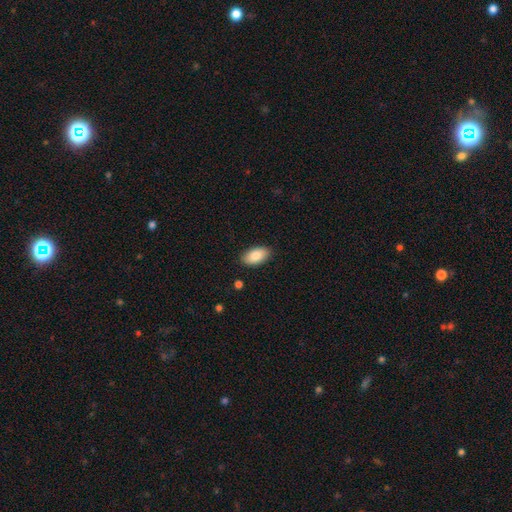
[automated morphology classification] This is clearly a smooth galaxy (85%). How rounded: clearly in between (94%). Merging: clearly none (87%).